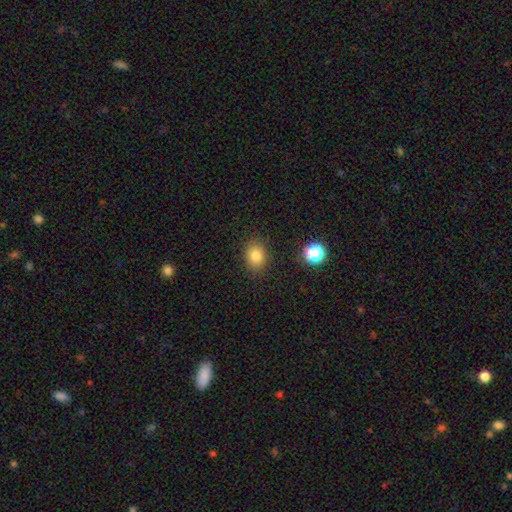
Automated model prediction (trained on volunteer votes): Smooth or featured? Predicted: smooth (p=0.82). How rounded? Predicted: in between (p=0.51). Merging? Predicted: none (p=0.86).